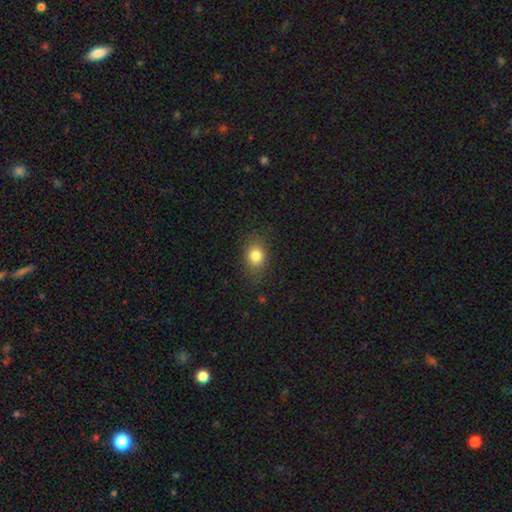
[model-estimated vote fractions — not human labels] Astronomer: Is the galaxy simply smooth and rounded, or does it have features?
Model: smooth — 83%.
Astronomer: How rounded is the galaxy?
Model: in between — 60% (runner-up: round, 38%).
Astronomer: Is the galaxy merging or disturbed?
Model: none — 81%.